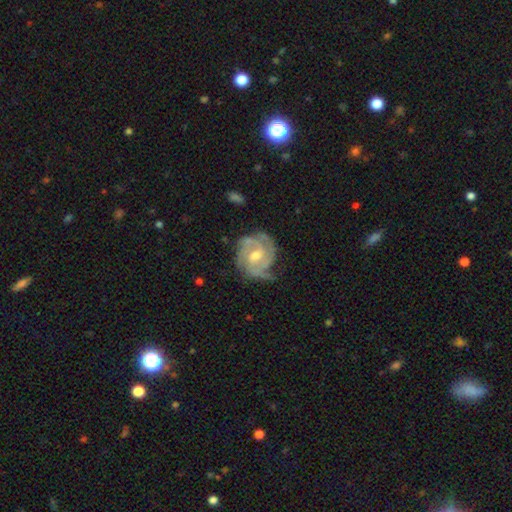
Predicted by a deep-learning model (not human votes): smooth-or-featured: featured or disk: 85% | smooth: 10% | star or artifact: 5%
  disk-edge-on: no: 98% | yes: 2%
    bar: weak: 49% | no: 40% | strong: 10%
    has-spiral-arms: yes: 94% | no: 6%
      spiral-winding: tight: 54% | medium: 36% | loose: 10%
      spiral-arm-count: 3: 33% | can't tell: 23% | 2: 23% | 4: 11% | 1: 5% | more than 4: 5%
    bulge-size: moderate: 66% | small: 28% | large: 3% | none: 1% | dominant: 1%
  merging: none: 60% | minor disturbance: 26% | major disturbance: 12% | merger: 2%